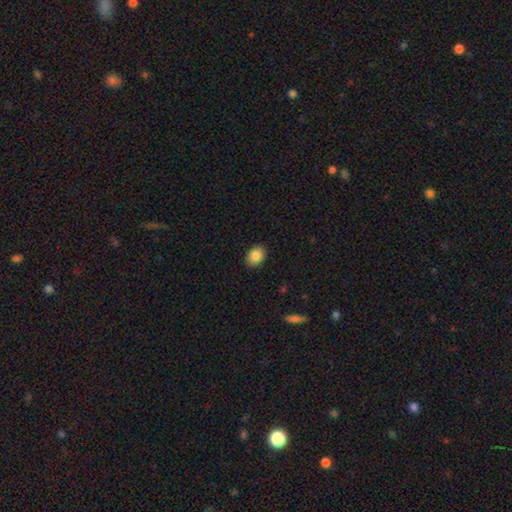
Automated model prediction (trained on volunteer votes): Smooth or featured? smooth (86%)
How rounded? in between (64%)
Merging? none (89%)